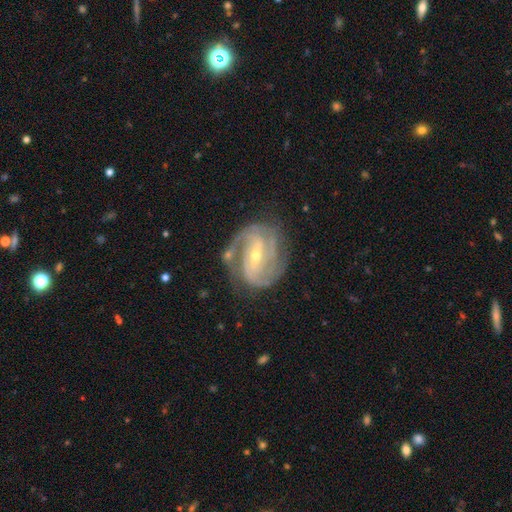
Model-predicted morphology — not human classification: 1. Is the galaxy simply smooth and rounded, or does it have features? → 91% featured or disk, 5% star or artifact, 4% smooth.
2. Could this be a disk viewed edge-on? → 97% no, 3% yes.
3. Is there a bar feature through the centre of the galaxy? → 40% weak, 39% strong, 21% no.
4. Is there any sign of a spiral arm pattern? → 98% yes, 2% no.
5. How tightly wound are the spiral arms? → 50% tight, 42% medium, 8% loose.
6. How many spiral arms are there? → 44% 2, 31% 3, 10% can't tell, 8% 4, 4% 1, 4% more than 4.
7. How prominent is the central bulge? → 64% small, 33% moderate, 1% large, 1% none, 1% dominant.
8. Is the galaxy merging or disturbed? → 69% none, 18% minor disturbance, 8% major disturbance, 4% merger.